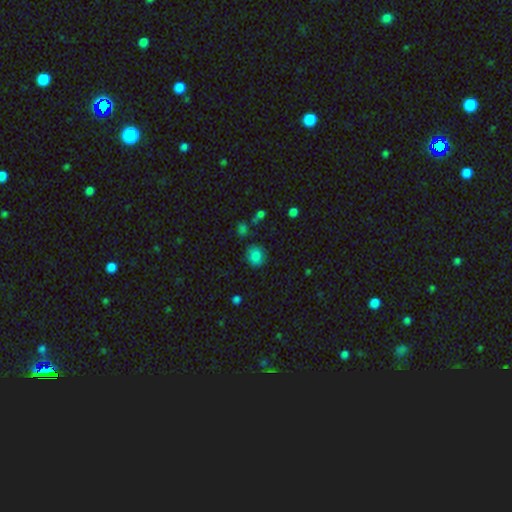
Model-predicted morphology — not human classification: smooth 83%, star or artifact 10%, featured or disk 7%. Down the decision tree: how rounded — round (80%); merging — none (80%).